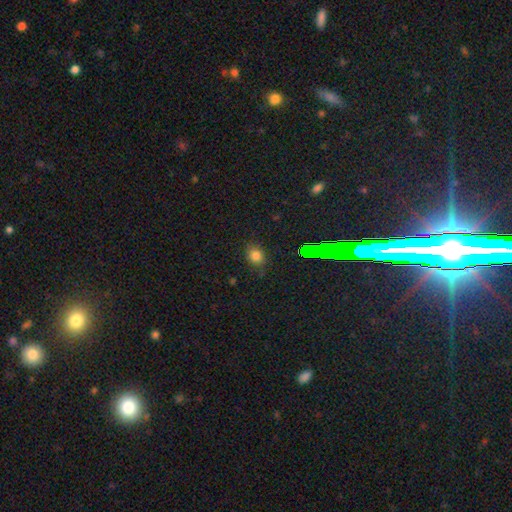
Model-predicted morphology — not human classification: Smooth or featured: smooth — 77% (star or artifact — 17%)
How rounded: round — 54% (in between — 44%)
Merging: none — 80% (minor disturbance — 15%)